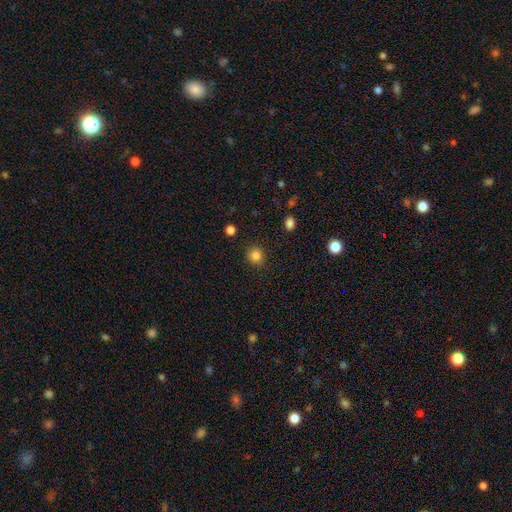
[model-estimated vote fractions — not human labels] A smooth galaxy with no disk features (84%) that is round (88%). Merging: none (90%).